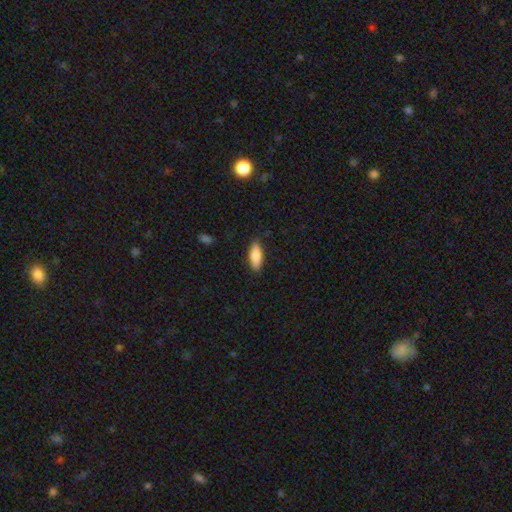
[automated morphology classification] smooth_or_featured: smooth (p=0.82) [alt: featured or disk p=0.12]
how_rounded: in between (p=0.67) [alt: cigar-shaped p=0.31]
merging: none (p=0.88) [alt: minor disturbance p=0.09]